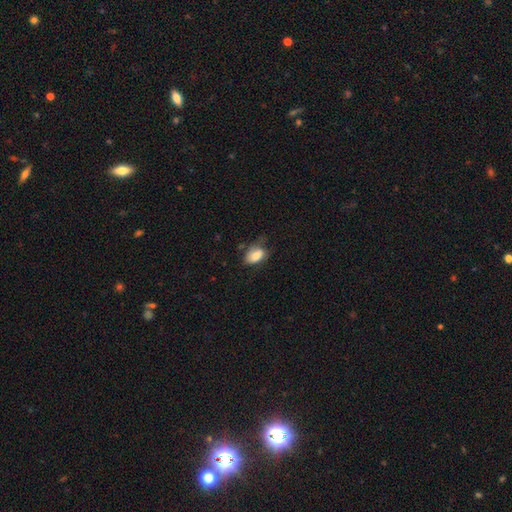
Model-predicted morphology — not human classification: This appears to be a smooth galaxy with no disk features (77%) that is in between round and cigar-shaped (87%). Merging: none (51%).